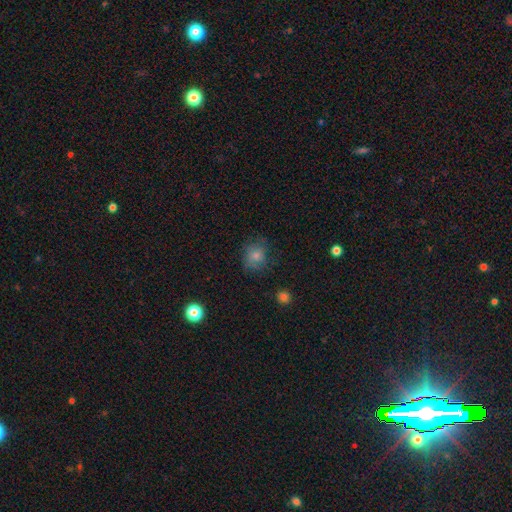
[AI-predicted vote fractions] A smooth galaxy with no disk features (76%) that is round (75%). Merging: none (68%).